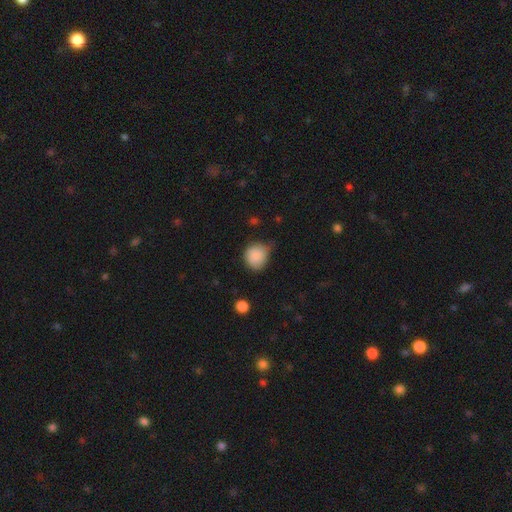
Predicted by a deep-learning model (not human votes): This appears to be a smooth galaxy with no disk features (87%) that is round (81%). Merging: none (53%).